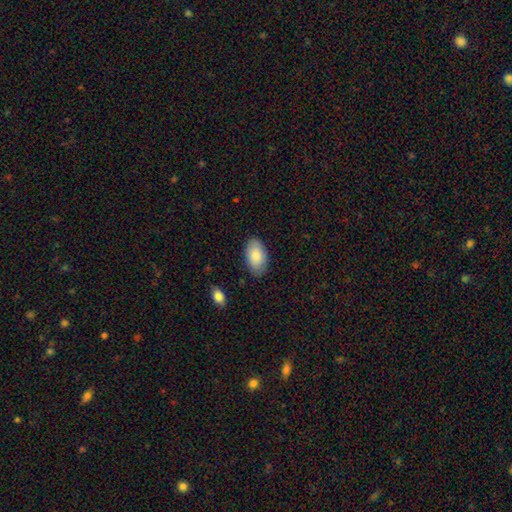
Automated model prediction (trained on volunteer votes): Smooth or featured: smooth — 87% (featured or disk — 8%)
How rounded: in between — 95% (round — 4%)
Merging: none — 82% (minor disturbance — 14%)